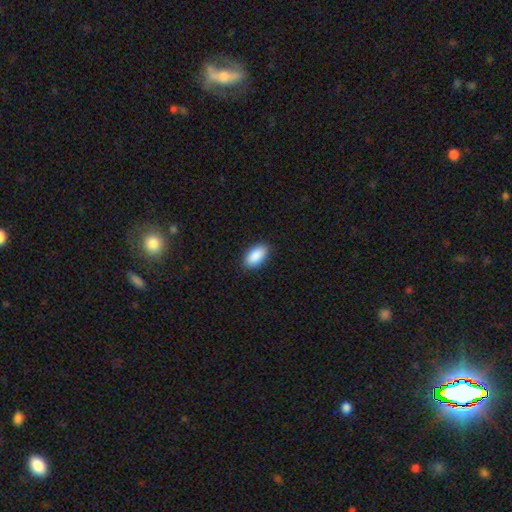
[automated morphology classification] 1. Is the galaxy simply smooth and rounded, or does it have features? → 90% smooth, 6% star or artifact, 3% featured or disk.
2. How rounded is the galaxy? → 94% in between, 3% round, 3% cigar-shaped.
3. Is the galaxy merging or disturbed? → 89% none, 8% minor disturbance, 2% major disturbance, 1% merger.